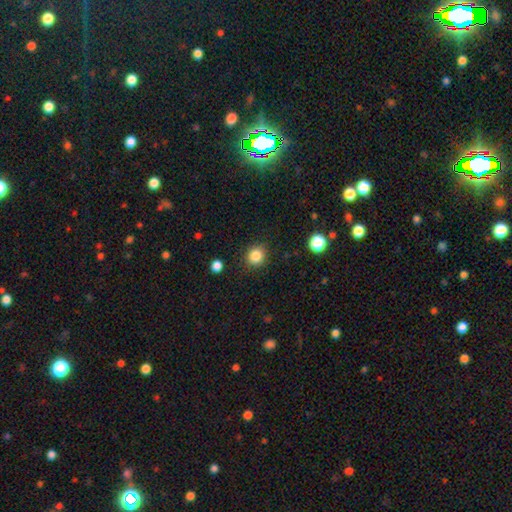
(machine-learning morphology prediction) Q: Smooth or featured?
A: smooth (84%); runner-up: star or artifact (11%)
Q: How rounded?
A: round (84%); runner-up: in between (15%)
Q: Merging?
A: none (89%); runner-up: minor disturbance (8%)